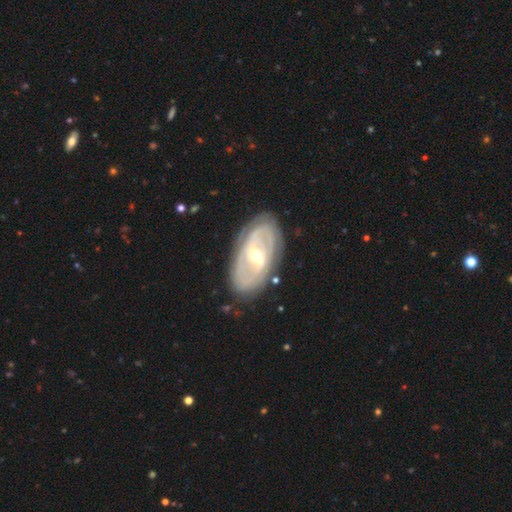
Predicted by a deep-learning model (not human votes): Smooth or featured? featured or disk (82%)
Edge-on disk? no (93%)
Bar? weak (41%)
Spiral arms? yes (81%)
Spiral winding? tight (64%)
Spiral arm count? 2 (45%)
Bulge size? moderate (56%)
Merging? none (80%)